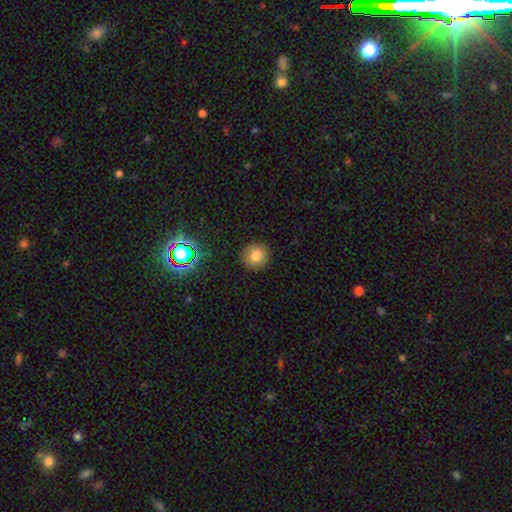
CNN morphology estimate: Smooth or featured? smooth (77%)
How rounded? round (91%)
Merging? none (91%)